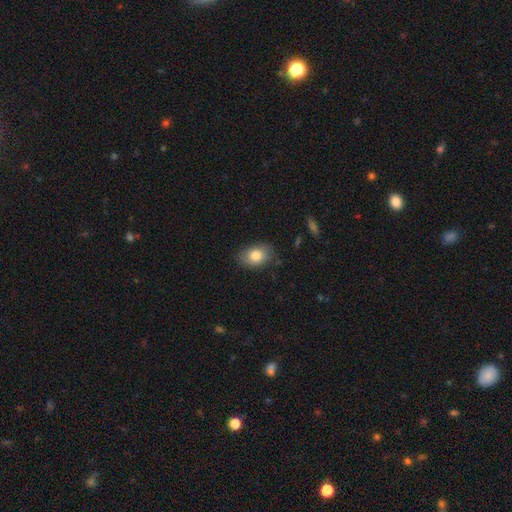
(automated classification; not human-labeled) The model was most divided on "how rounded": in between: 80%, round: 19%, cigar-shaped: 1%. More confident: merging — none (81%); smooth or featured — smooth (81%).